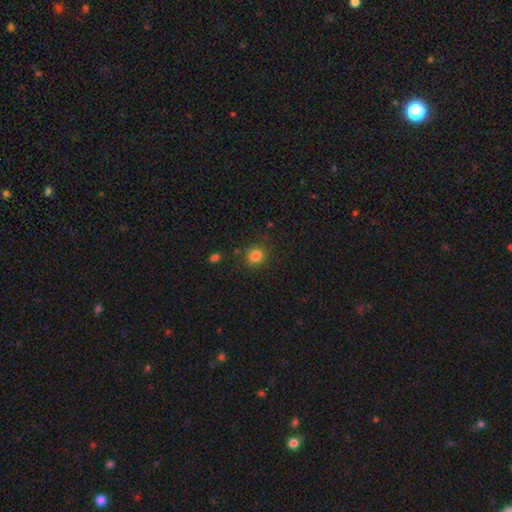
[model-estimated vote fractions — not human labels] Smooth or featured? Predicted: smooth (p=0.84). How rounded? Predicted: round (p=0.87). Merging? Predicted: none (p=0.86).